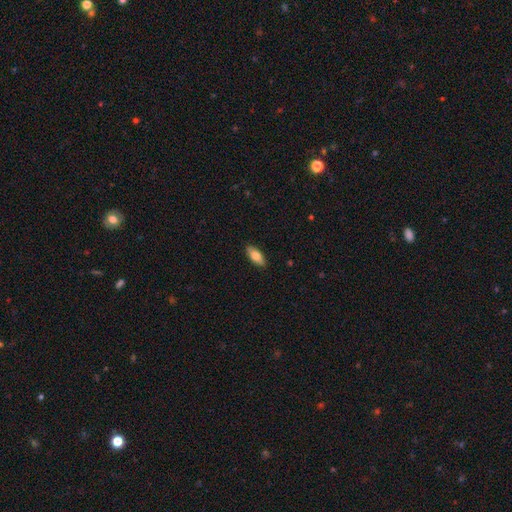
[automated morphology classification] type=smooth (76%); roundness=in between (83%); merging=none (90%).